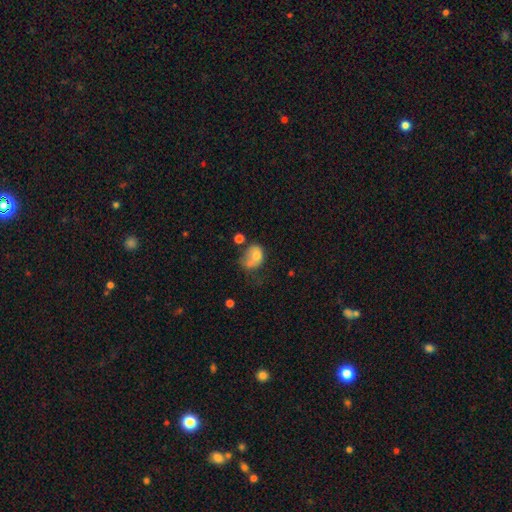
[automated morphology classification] type=smooth (67%); roundness=in between (62%); merging=major disturbance (27%).